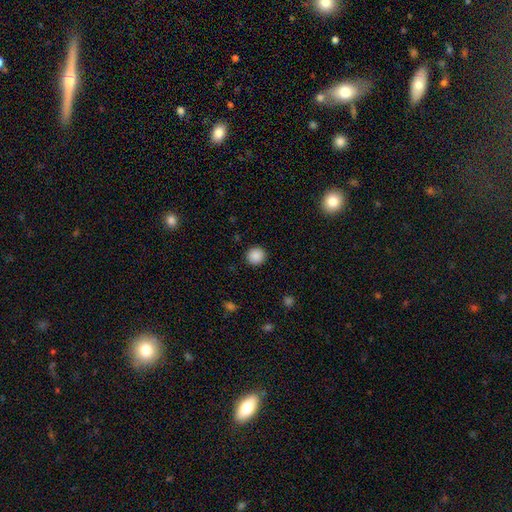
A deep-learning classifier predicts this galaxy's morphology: Smooth or featured: smooth — 88% (star or artifact — 9%)
How rounded: round — 93% (in between — 6%)
Merging: none — 92% (minor disturbance — 5%)